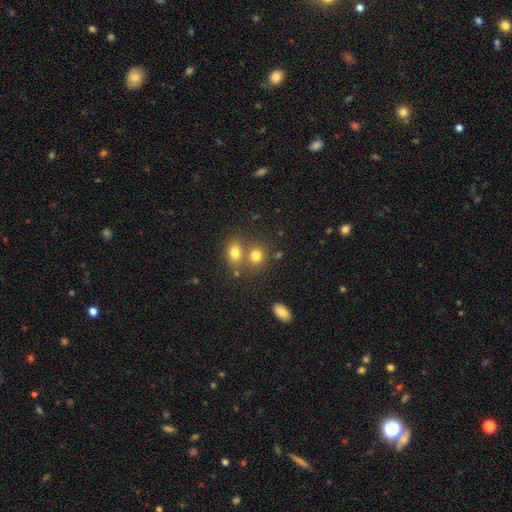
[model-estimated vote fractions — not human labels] smooth 77%, star or artifact 13%, featured or disk 10%. Down the decision tree: how rounded — round (67%); merging — none (49%).